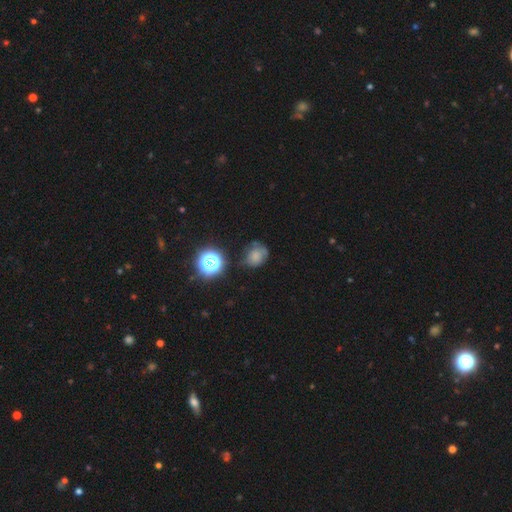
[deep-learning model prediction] smooth-or-featured: smooth: 66% | star or artifact: 17% | featured or disk: 17%
  how-rounded: round: 63% | in between: 36% | cigar-shaped: 1%
  merging: none: 53% | minor disturbance: 29% | major disturbance: 13% | merger: 5%